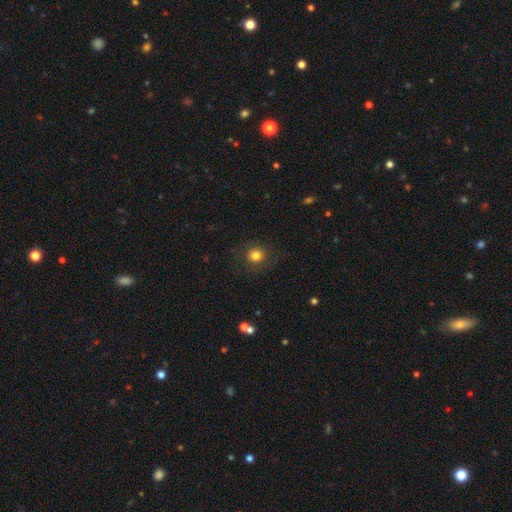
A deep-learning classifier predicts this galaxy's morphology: Smooth or featured: smooth — 80% (star or artifact — 12%)
How rounded: round — 88% (in between — 11%)
Merging: none — 83% (minor disturbance — 10%)